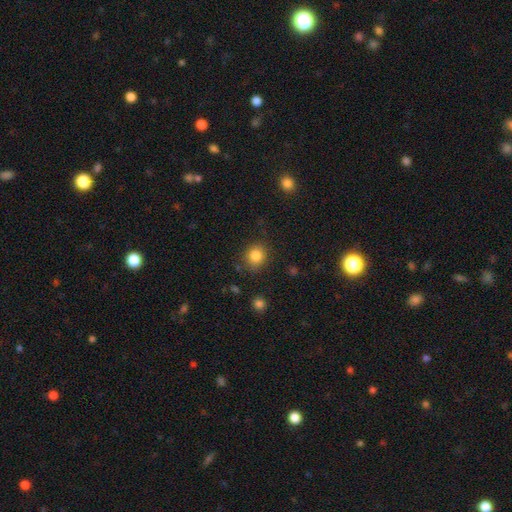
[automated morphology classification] smooth_or_featured: smooth (p=0.84) [alt: star or artifact p=0.11]
how_rounded: round (p=0.78) [alt: in between p=0.22]
merging: none (p=0.82) [alt: minor disturbance p=0.12]